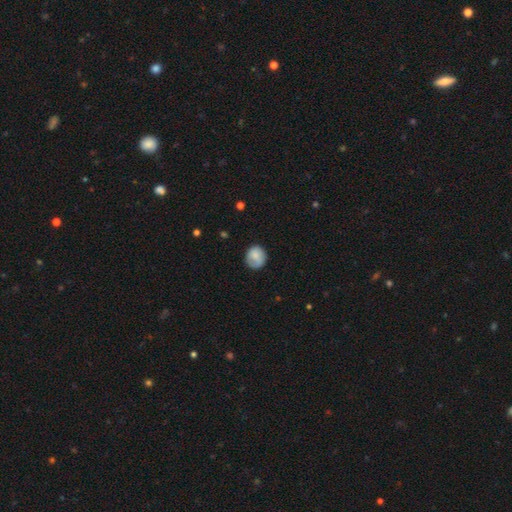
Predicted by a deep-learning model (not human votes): Q: Smooth or featured?
A: smooth (78%); runner-up: featured or disk (14%)
Q: How rounded?
A: round (83%); runner-up: in between (16%)
Q: Merging?
A: none (73%); runner-up: minor disturbance (20%)